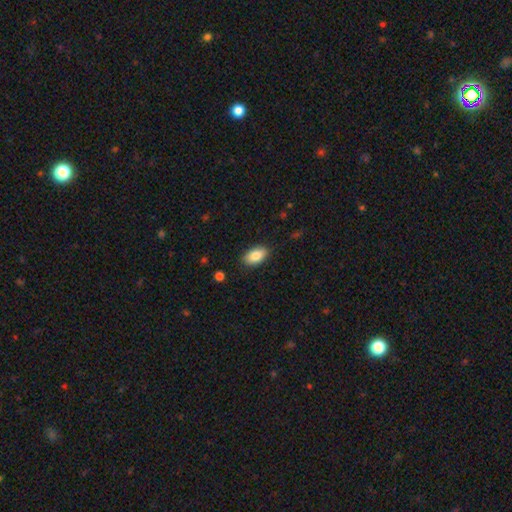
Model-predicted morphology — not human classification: Smooth or featured? Predicted: smooth (p=0.86). How rounded? Predicted: in between (p=0.93). Merging? Predicted: none (p=0.87).